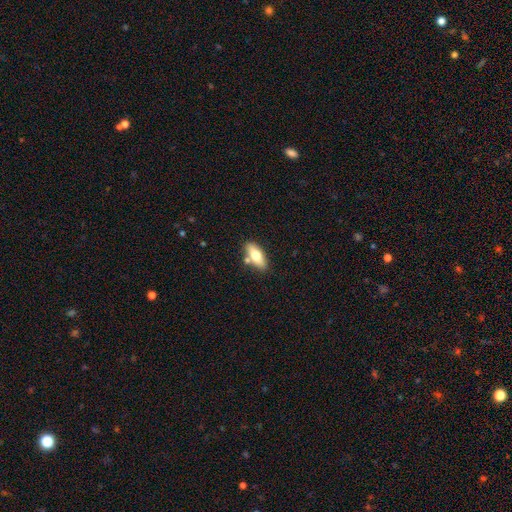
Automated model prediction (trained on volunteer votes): The model was most divided on "smooth or featured": smooth: 67%, featured or disk: 27%, star or artifact: 6%. More confident: how rounded — in between (78%); merging — none (75%).